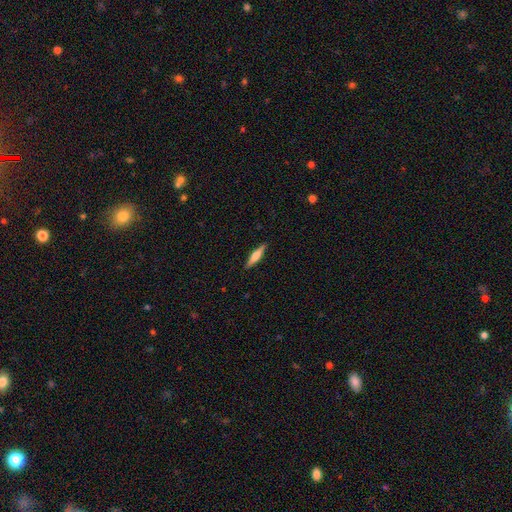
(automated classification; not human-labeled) Smooth or featured? featured or disk (48%)
Merging? none (90%)